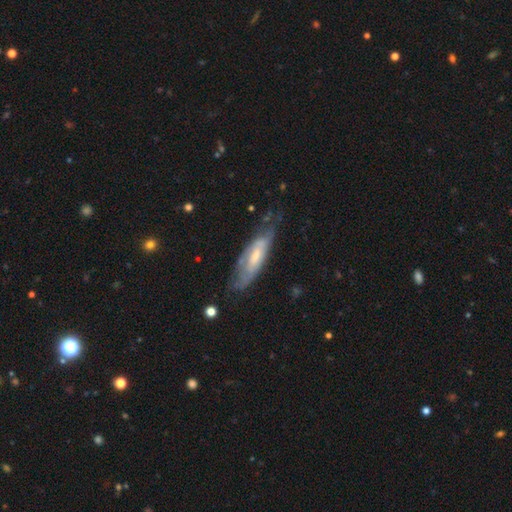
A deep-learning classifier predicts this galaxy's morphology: Smooth or featured: featured or disk — 61% (smooth — 33%)
Edge-on disk: no — 68% (yes — 32%)
Merging: none — 51% (minor disturbance — 30%)